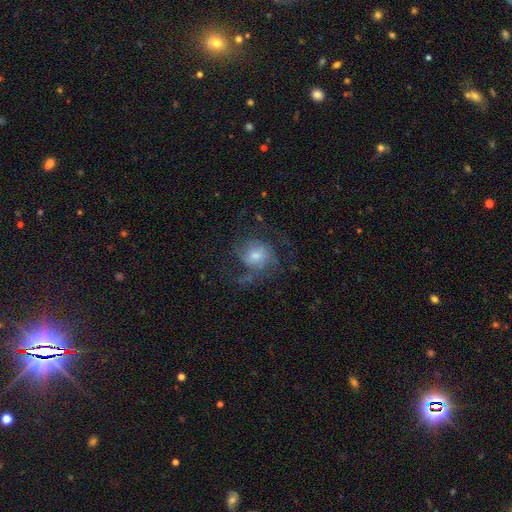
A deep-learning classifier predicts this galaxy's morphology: The model was most divided on "spiral arm count": 2: 32%, can't tell: 27%, 3: 20%, 1: 9%, 4: 6%, more than 4: 5%. Remaining: edge-on disk — no (97%); spiral arms — yes (87%); smooth or featured — featured or disk (68%); bar — no (61%); merging — none (55%); spiral winding — medium (47%); bulge size — moderate (46%).